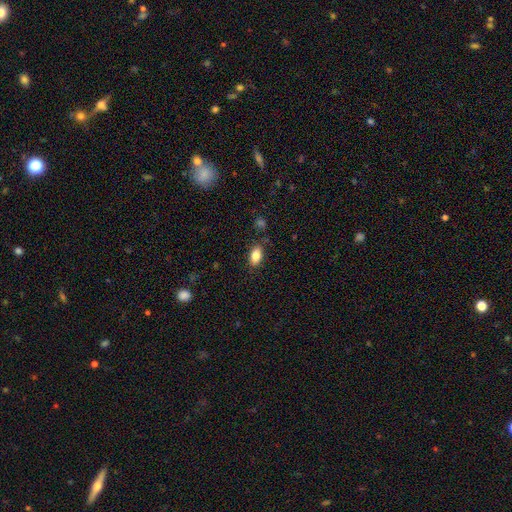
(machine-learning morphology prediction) The model was most divided on "merging": none: 83%, minor disturbance: 12%, major disturbance: 3%, merger: 2%. More confident: how rounded — in between (90%); smooth or featured — smooth (84%).